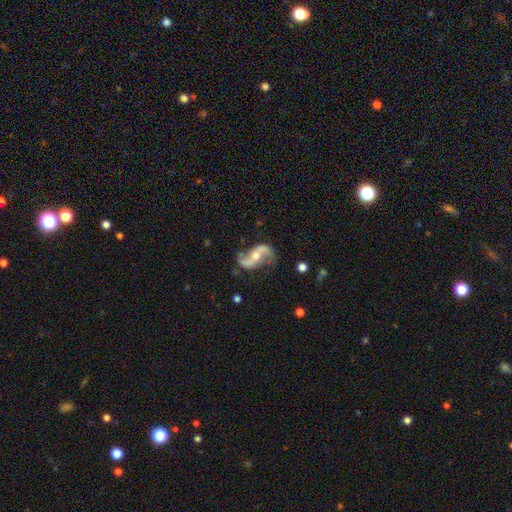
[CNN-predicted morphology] Smooth or featured: featured or disk — 90% (star or artifact — 5%)
Edge-on disk: no — 96% (yes — 4%)
Bar: no — 46% (weak — 32%)
Spiral arms: yes — 97% (no — 3%)
Spiral winding: loose — 77% (medium — 18%)
Spiral arm count: 2 — 94% (can't tell — 2%)
Bulge size: moderate — 57% (small — 36%)
Merging: none — 77% (minor disturbance — 15%)